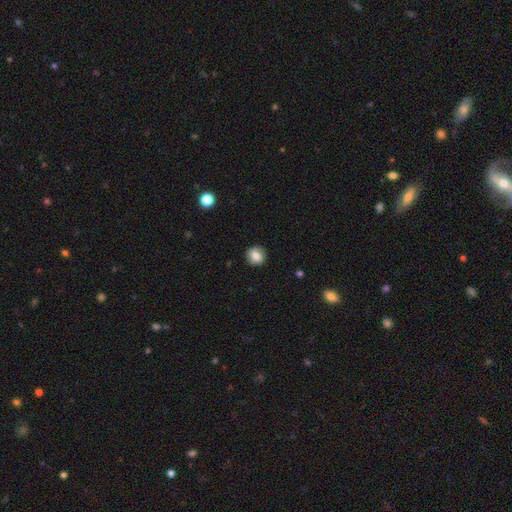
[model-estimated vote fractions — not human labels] Overall: smooth (79%). How rounded: round (84%). Merging: none (88%).